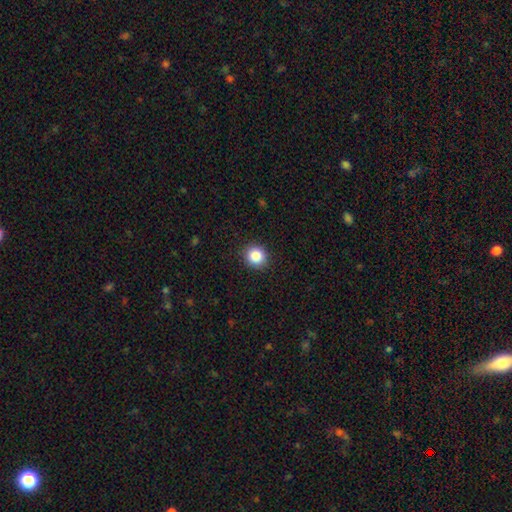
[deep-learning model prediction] Smooth or featured?
  - smooth: 86% *
  - star or artifact: 10%
  - featured or disk: 4%
How rounded?
  - round: 86% *
  - in between: 13%
  - cigar-shaped: 1%
Merging?
  - none: 91% *
  - minor disturbance: 6%
  - major disturbance: 2%
  - merger: 1%